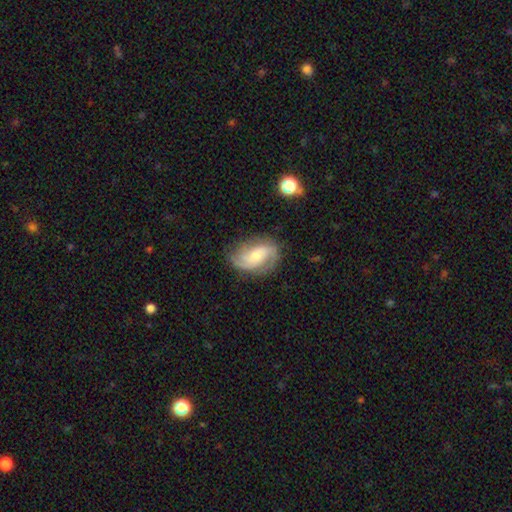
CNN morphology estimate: The model was most divided on "bulge size": moderate: 51%, small: 41%, large: 5%, none: 2%, dominant: 1%. Remaining: edge-on disk — no (97%); spiral arms — yes (94%); smooth or featured — featured or disk (75%); merging — none (72%); spiral arm count — 2 (53%); bar — no (51%); spiral winding — medium (45%).